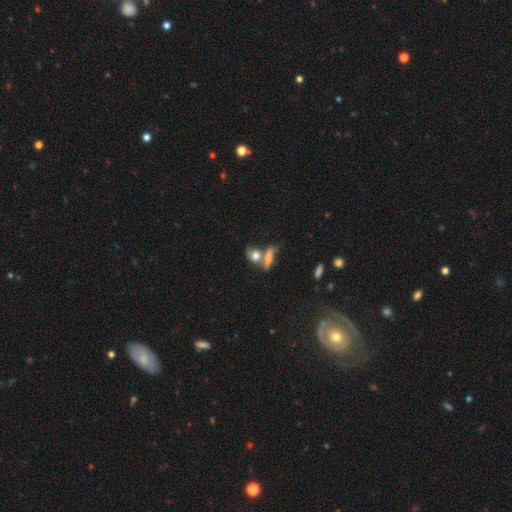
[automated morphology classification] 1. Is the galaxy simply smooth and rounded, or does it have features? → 70% smooth, 19% featured or disk, 11% star or artifact.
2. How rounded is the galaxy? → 55% in between, 34% round, 11% cigar-shaped.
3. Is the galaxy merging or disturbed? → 48% merger, 34% none, 11% minor disturbance, 8% major disturbance.